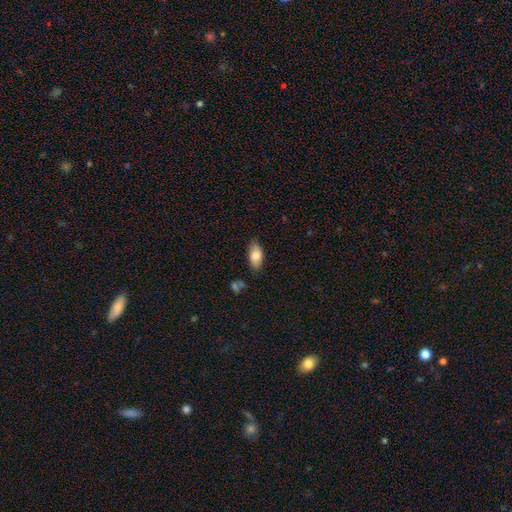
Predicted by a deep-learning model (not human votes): smooth 81%, featured or disk 12%, star or artifact 7%. Down the decision tree: how rounded — in between (92%); merging — none (79%).